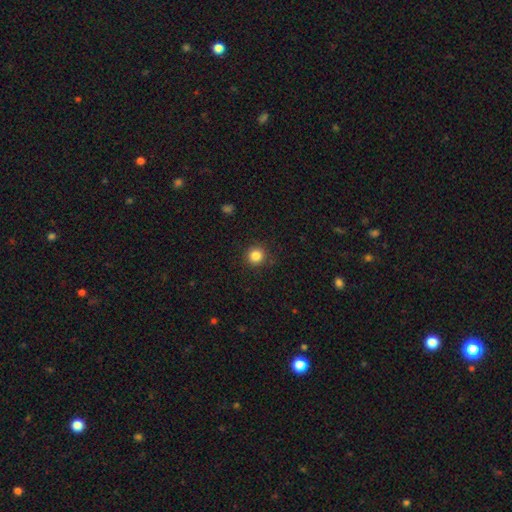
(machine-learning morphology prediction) Q: Smooth or featured?
A: smooth (85%); runner-up: star or artifact (11%)
Q: How rounded?
A: round (93%); runner-up: in between (6%)
Q: Merging?
A: none (90%); runner-up: minor disturbance (7%)